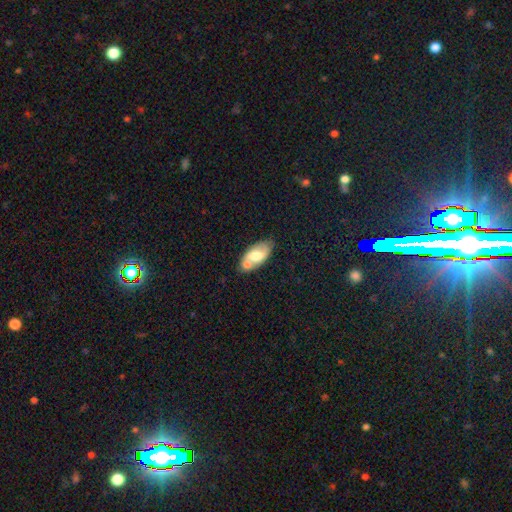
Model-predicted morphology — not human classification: Overall: smooth (60%; featured or disk 34%). How rounded: in between (91%). Merging: none (46%; merger 32%).